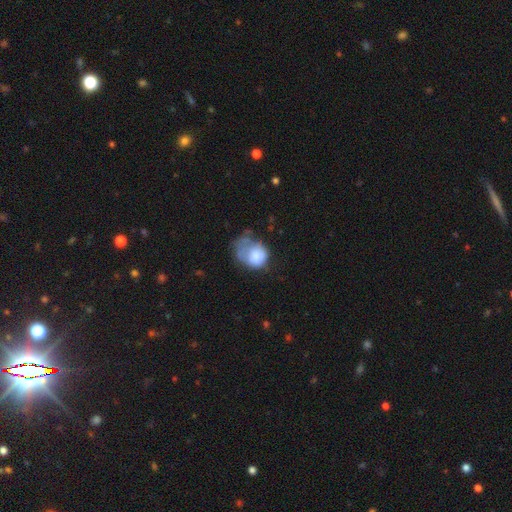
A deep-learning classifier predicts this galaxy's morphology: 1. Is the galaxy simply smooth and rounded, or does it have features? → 70% smooth, 22% featured or disk, 8% star or artifact.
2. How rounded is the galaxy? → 50% round, 49% in between, 1% cigar-shaped.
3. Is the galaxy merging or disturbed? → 45% major disturbance, 29% minor disturbance, 19% none, 6% merger.